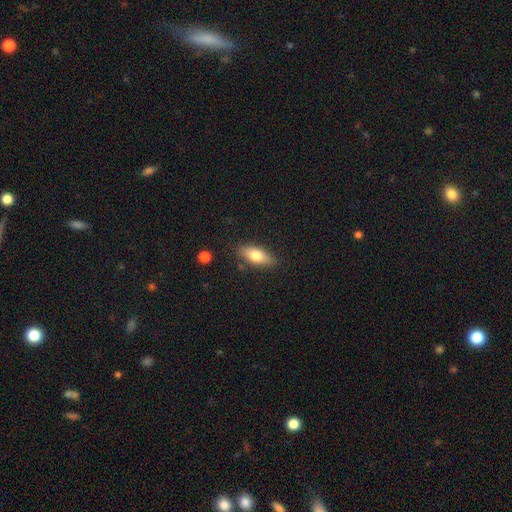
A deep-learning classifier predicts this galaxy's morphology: Q: Smooth or featured?
A: smooth (72%); runner-up: featured or disk (22%)
Q: How rounded?
A: in between (75%); runner-up: cigar-shaped (22%)
Q: Merging?
A: none (83%); runner-up: minor disturbance (12%)